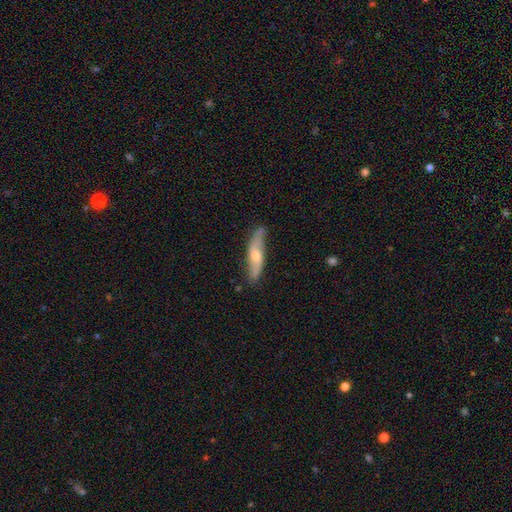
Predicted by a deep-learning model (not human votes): Morphology: type=featured or disk (58%); edge-on=no (55%); merging=none (75%).